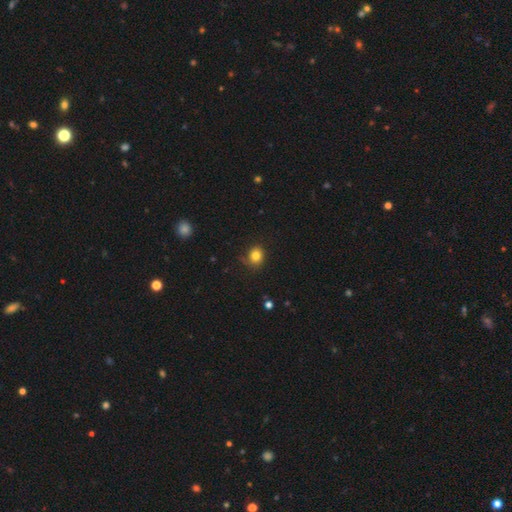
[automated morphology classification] A smooth galaxy with no disk features (81%) that is round (74%). Merging: none (75%).